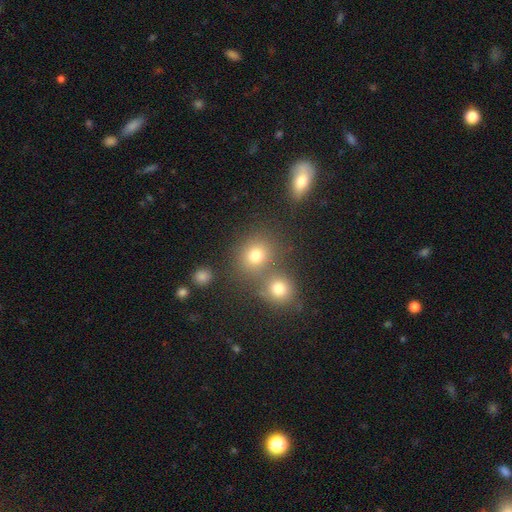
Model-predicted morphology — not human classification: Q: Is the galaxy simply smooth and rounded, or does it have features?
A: smooth — 76%.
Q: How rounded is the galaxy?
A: round — 80%.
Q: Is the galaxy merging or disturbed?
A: none — 59%.